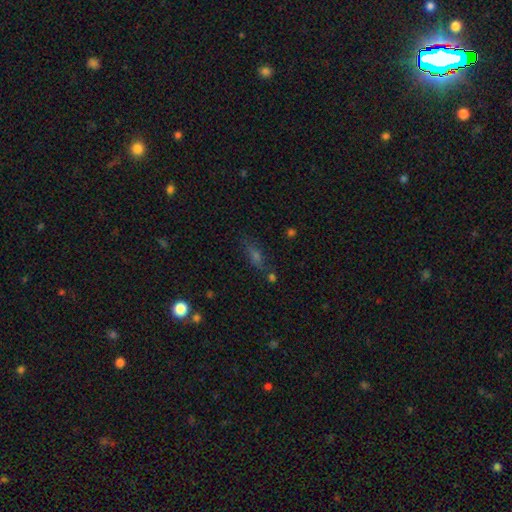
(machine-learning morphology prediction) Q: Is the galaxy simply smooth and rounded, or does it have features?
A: smooth — 45%.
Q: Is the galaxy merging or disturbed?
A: none — 70%.